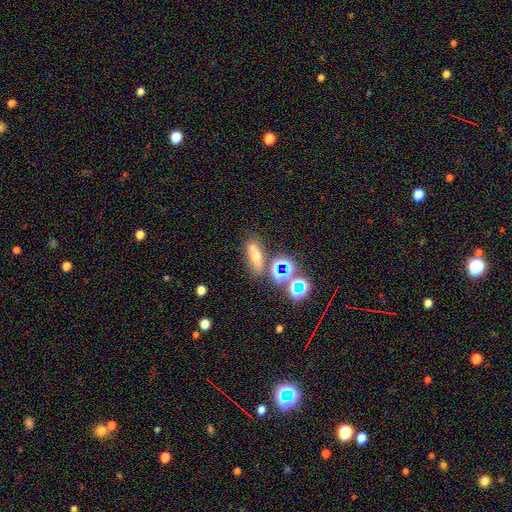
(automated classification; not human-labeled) A smooth galaxy with no disk features (46%).

Vote fractions:
- Smooth or featured? smooth: 46% / star or artifact: 31% / featured or disk: 23%
- Merging? none: 66% / minor disturbance: 14% / merger: 13% / major disturbance: 7%